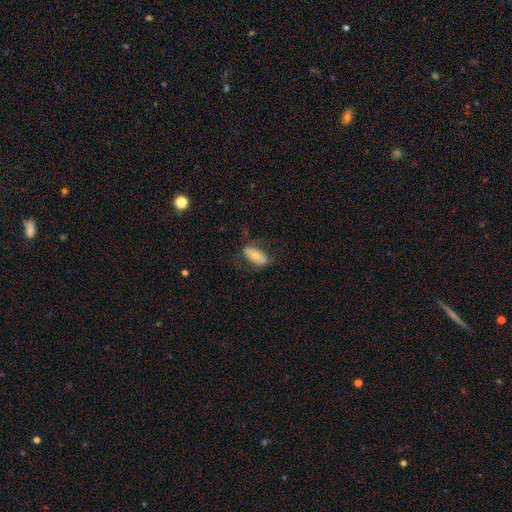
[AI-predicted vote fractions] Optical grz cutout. It shows a smooth galaxy with no disk features (59%) that is in between round and cigar-shaped (87%). Merging: none (68%).